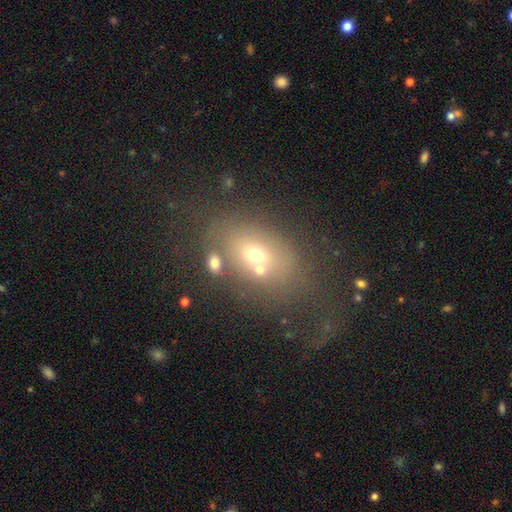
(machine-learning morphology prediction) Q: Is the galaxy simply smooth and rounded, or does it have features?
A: smooth — 53%.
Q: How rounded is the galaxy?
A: in between — 67%.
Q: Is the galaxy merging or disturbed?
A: none — 38%.